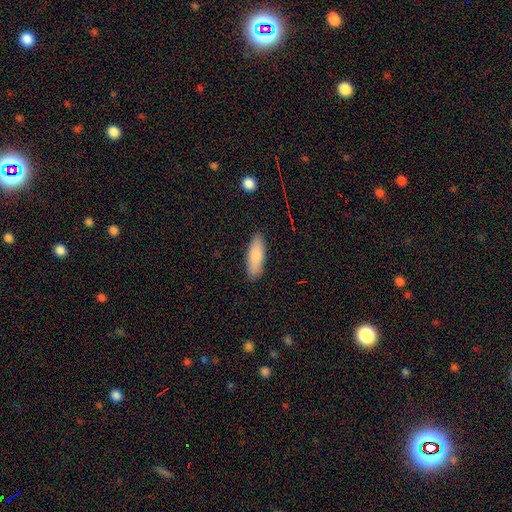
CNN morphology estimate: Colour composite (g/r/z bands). It shows a smooth galaxy with no disk features (81%) that is in between round and cigar-shaped (55%). Merging: none (87%).